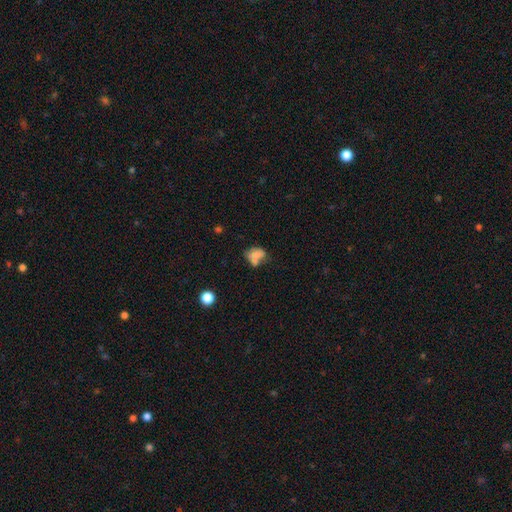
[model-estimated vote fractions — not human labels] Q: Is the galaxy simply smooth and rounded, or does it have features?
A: smooth — 68%.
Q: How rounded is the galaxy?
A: in between — 70%.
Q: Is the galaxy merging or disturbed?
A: merger — 36%.